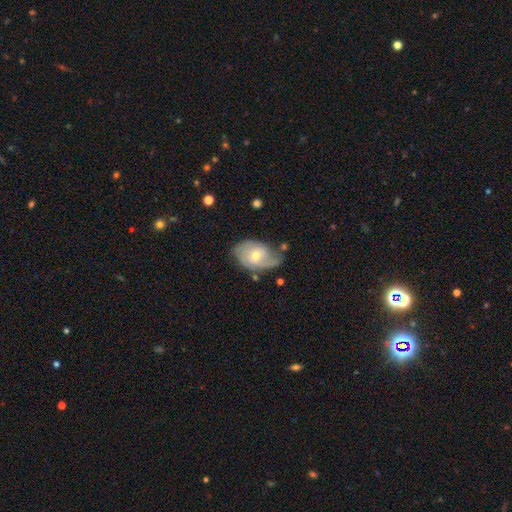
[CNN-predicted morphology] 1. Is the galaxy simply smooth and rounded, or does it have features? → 56% featured or disk, 37% smooth, 7% star or artifact.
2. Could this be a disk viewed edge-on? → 94% no, 6% yes.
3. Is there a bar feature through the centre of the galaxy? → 64% no, 31% weak, 5% strong.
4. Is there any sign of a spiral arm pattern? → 76% yes, 24% no.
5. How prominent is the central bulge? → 50% moderate, 46% small, 2% large, 1% none, 1% dominant.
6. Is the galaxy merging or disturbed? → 51% none, 31% minor disturbance, 13% major disturbance, 5% merger.